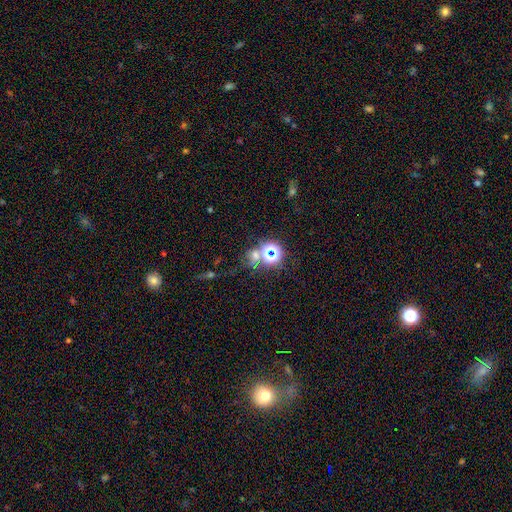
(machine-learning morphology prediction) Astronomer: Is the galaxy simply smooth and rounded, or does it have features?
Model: star or artifact — 58%.